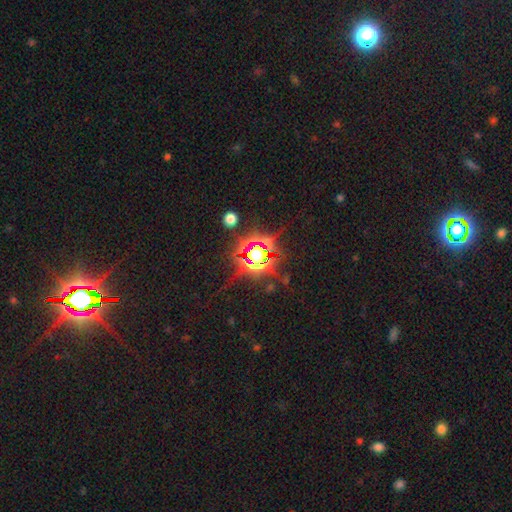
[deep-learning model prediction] The model was most divided on "smooth or featured": star or artifact: 76%, smooth: 13%, featured or disk: 11%.